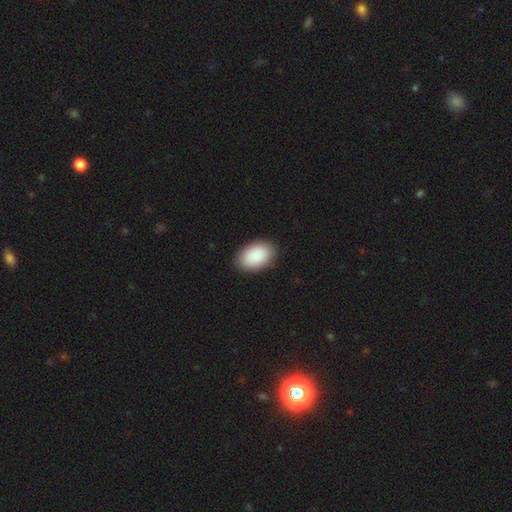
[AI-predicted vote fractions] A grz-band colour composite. It shows a smooth galaxy with no disk features (91%) that is in between round and cigar-shaped (90%). Merging: none (88%).